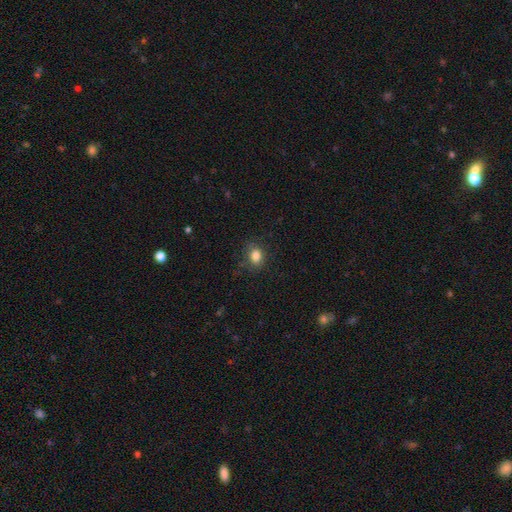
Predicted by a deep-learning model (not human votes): A smooth galaxy with no disk features (83%) that is in between round and cigar-shaped (60%).

Vote fractions:
- Smooth or featured? smooth: 83% / star or artifact: 10% / featured or disk: 6%
- How rounded? in between: 60% / round: 38% / cigar-shaped: 1%
- Merging? none: 80% / minor disturbance: 15% / major disturbance: 4% / merger: 1%